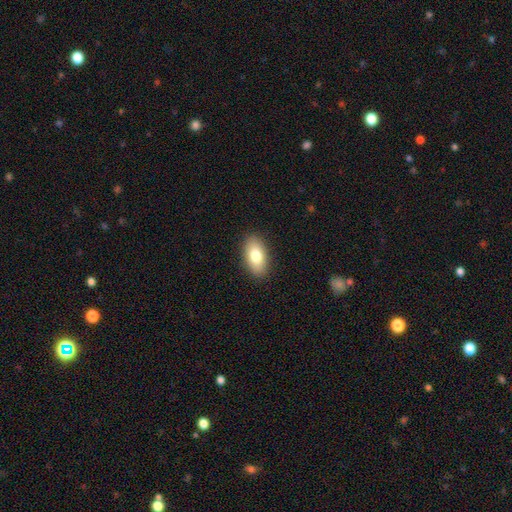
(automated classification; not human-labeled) Smooth or featured? Predicted: smooth (p=0.79). How rounded? Predicted: in between (p=0.92). Merging? Predicted: none (p=0.89).